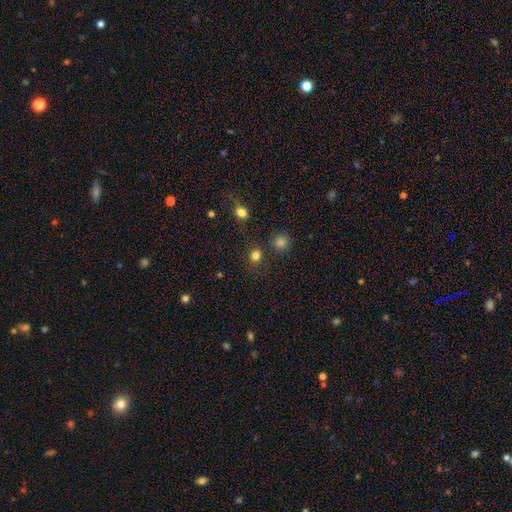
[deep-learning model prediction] This is likely a smooth galaxy (80%). How rounded: clearly round (84%). Merging: clearly none (81%).